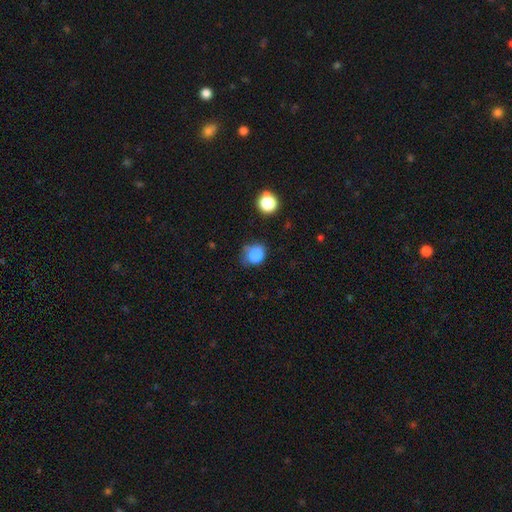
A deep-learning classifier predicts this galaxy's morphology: smooth-or-featured: smooth: 79% | star or artifact: 11% | featured or disk: 9%
  how-rounded: round: 60% | in between: 39% | cigar-shaped: 1%
  merging: none: 52% | minor disturbance: 33% | major disturbance: 10% | merger: 5%